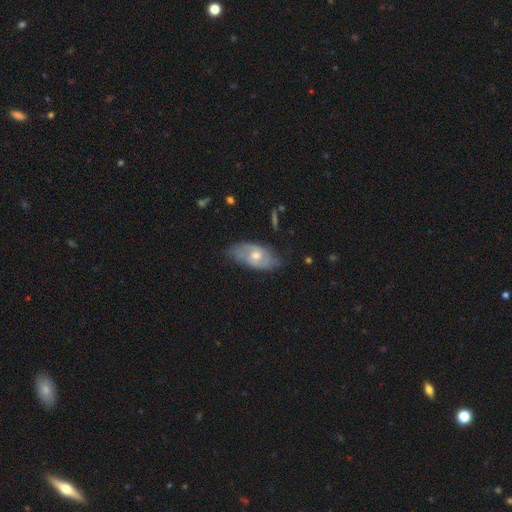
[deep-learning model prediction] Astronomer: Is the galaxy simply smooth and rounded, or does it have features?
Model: featured or disk — 58% (runner-up: smooth, 35%).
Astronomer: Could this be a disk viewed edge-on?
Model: no — 88%.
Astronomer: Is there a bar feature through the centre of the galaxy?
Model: no — 65%.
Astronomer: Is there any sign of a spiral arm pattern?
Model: yes — 72%.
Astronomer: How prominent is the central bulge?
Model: moderate — 70%.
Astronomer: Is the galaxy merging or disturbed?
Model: none — 64%.